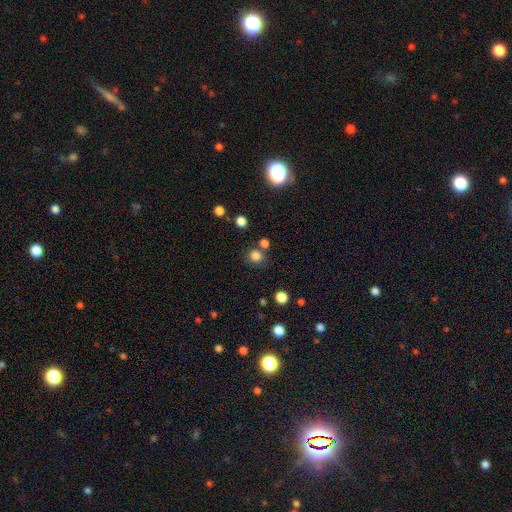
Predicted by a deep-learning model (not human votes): The model was most divided on "merging": none: 73%, merger: 13%, minor disturbance: 10%, major disturbance: 4%. More confident: how rounded — round (85%); smooth or featured — smooth (80%).